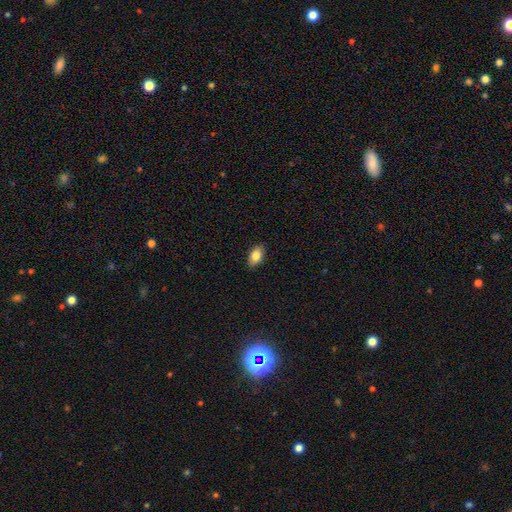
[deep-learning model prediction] Smooth or featured: smooth — 82% (featured or disk — 10%)
How rounded: in between — 90% (round — 7%)
Merging: none — 88% (minor disturbance — 9%)